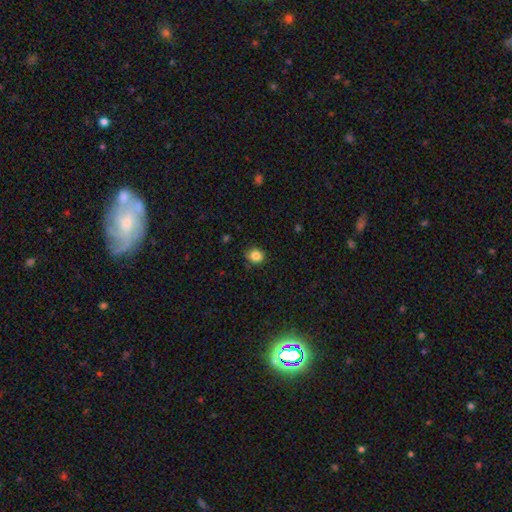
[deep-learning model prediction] A smooth galaxy with no disk features (85%) that is round (75%). Merging: none (84%).